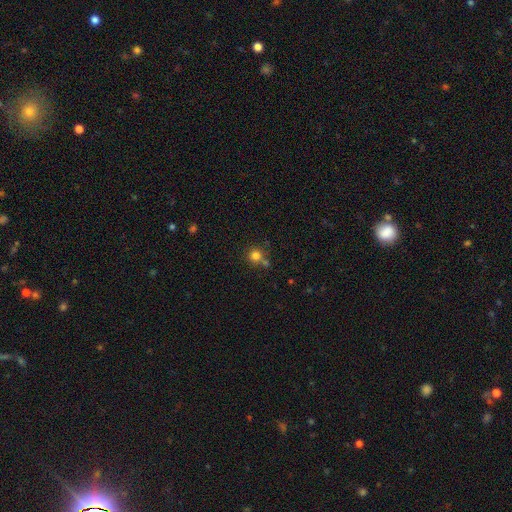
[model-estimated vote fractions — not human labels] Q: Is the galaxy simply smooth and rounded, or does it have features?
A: smooth — 80%.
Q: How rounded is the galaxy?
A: round — 91%.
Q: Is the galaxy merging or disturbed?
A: none — 64%.